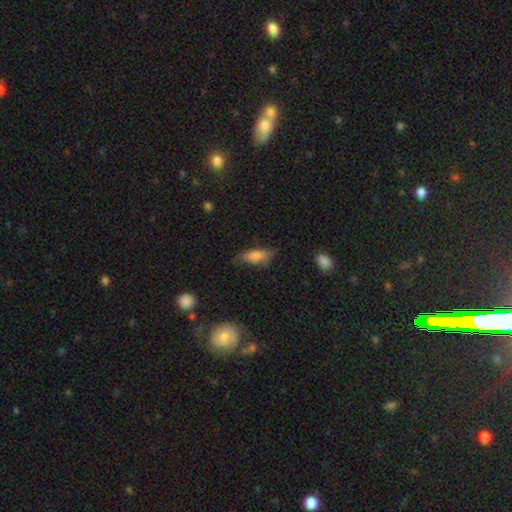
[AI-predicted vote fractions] Q: Smooth or featured?
A: smooth (79%); runner-up: featured or disk (14%)
Q: How rounded?
A: in between (77%); runner-up: cigar-shaped (20%)
Q: Merging?
A: none (62%); runner-up: minor disturbance (28%)